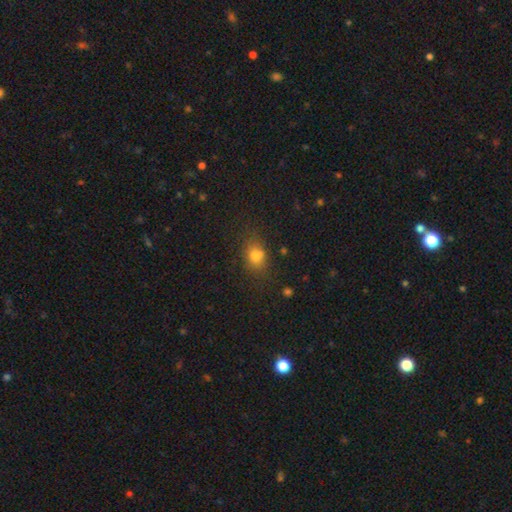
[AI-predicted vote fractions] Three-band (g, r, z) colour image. It shows a smooth galaxy with no disk features (77%) that is in between round and cigar-shaped (58%). Merging: none (69%).